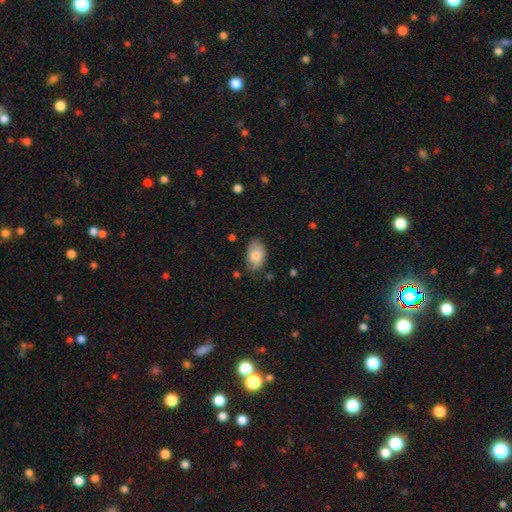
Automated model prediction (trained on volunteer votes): This appears to be a smooth galaxy with no disk features (85%) that is in between round and cigar-shaped (92%). Merging: none (68%).